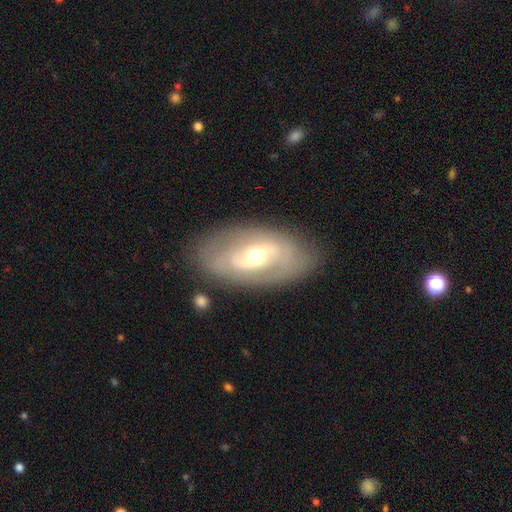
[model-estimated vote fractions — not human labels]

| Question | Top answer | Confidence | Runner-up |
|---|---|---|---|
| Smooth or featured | featured or disk | 71% | smooth (23%) |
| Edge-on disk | no | 92% | yes (8%) |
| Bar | weak | 40% | no (34%) |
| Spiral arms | yes | 61% | no (39%) |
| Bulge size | moderate | 67% | small (22%) |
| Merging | none | 80% | minor disturbance (13%) |